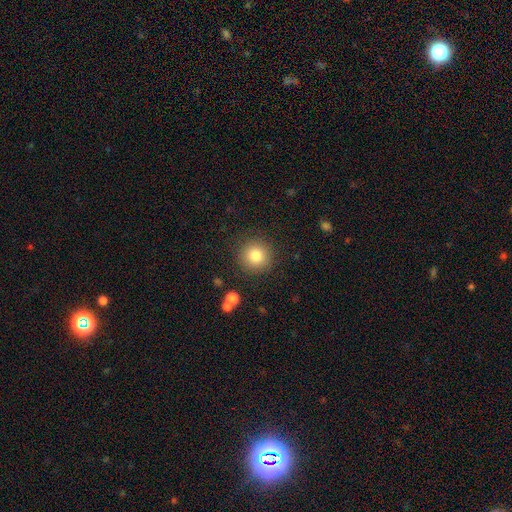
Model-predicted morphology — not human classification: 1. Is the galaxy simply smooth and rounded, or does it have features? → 81% smooth, 11% star or artifact, 8% featured or disk.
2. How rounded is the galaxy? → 95% round, 5% in between, 1% cigar-shaped.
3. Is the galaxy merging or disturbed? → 88% none, 7% minor disturbance, 3% major disturbance, 2% merger.